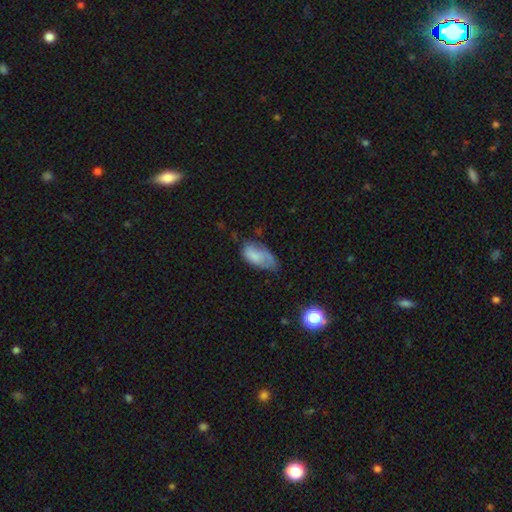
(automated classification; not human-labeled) This appears to be a smooth galaxy with no disk features (69%) that is in between round and cigar-shaped (93%). Merging: minor disturbance (39%).